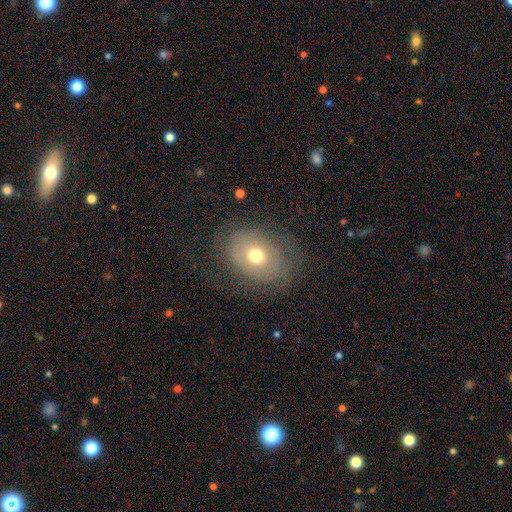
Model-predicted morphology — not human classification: Overall: smooth (52%; featured or disk 36%). How rounded: in between (59%; round 40%). Merging: none (70%).